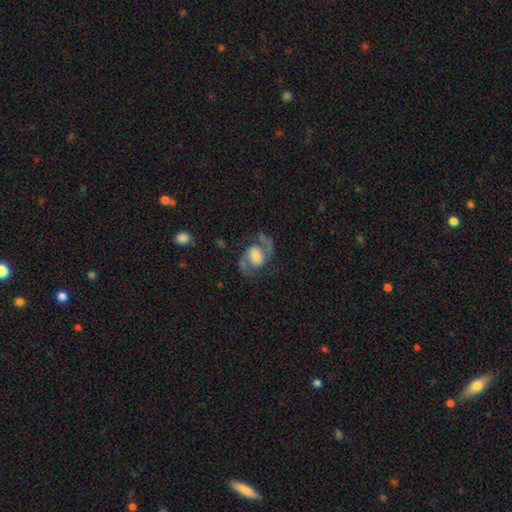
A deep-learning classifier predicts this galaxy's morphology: Smooth or featured? Predicted: featured or disk (p=0.82). Edge-on disk? Predicted: no (p=0.98). Bar? Predicted: no (p=0.45). Spiral arms? Predicted: yes (p=0.95). Spiral winding? Predicted: medium (p=0.57). Spiral arm count? Predicted: 2 (p=0.93). Bulge size? Predicted: moderate (p=0.38). Merging? Predicted: none (p=0.71).